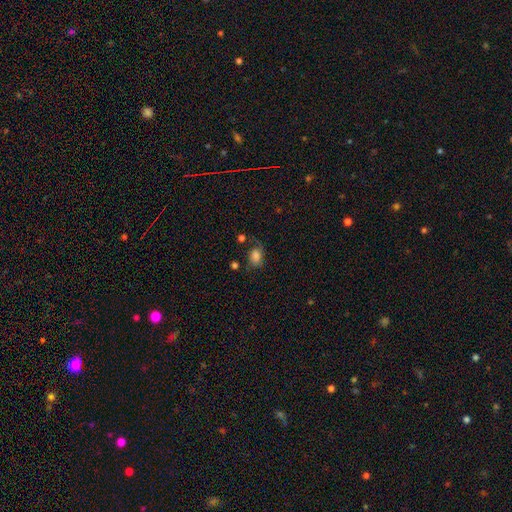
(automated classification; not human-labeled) The model was most divided on "merging": none: 48%, minor disturbance: 27%, major disturbance: 19%, merger: 6%. More confident: how rounded — in between (72%); smooth or featured — smooth (69%).